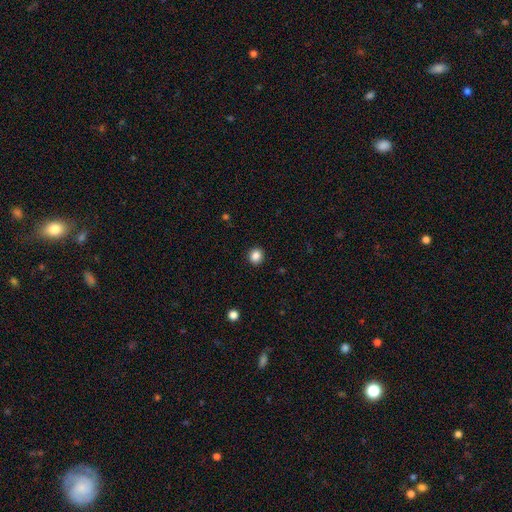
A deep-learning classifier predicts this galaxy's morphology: This appears to be a smooth galaxy with no disk features (86%) that is round (86%). Merging: none (92%).